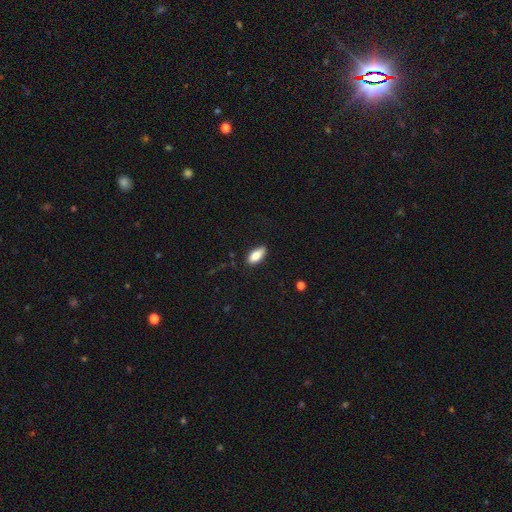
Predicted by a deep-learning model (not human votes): Q: Smooth or featured?
A: smooth (82%); runner-up: featured or disk (11%)
Q: How rounded?
A: in between (87%); runner-up: cigar-shaped (11%)
Q: Merging?
A: none (81%); runner-up: minor disturbance (15%)